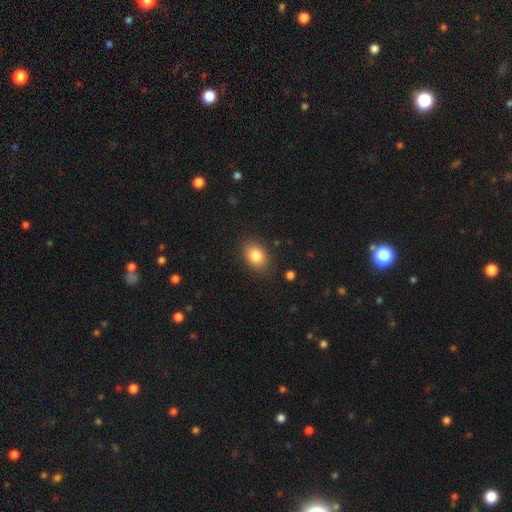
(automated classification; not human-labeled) The model was most divided on "how rounded": in between: 74%, round: 25%, cigar-shaped: 1%. More confident: merging — none (86%); smooth or featured — smooth (83%).